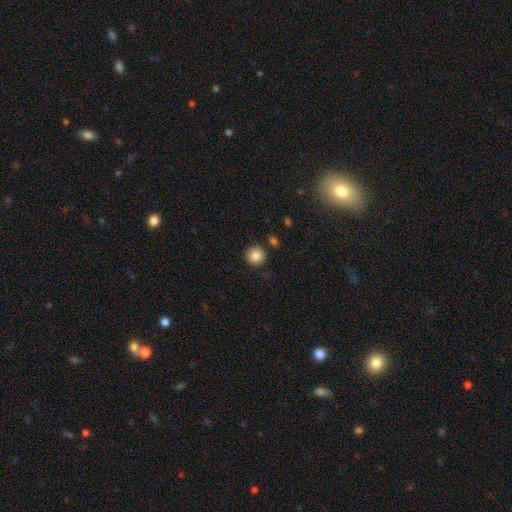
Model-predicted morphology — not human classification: A smooth galaxy with no disk features (86%) that is round (94%). Merging: none (88%).